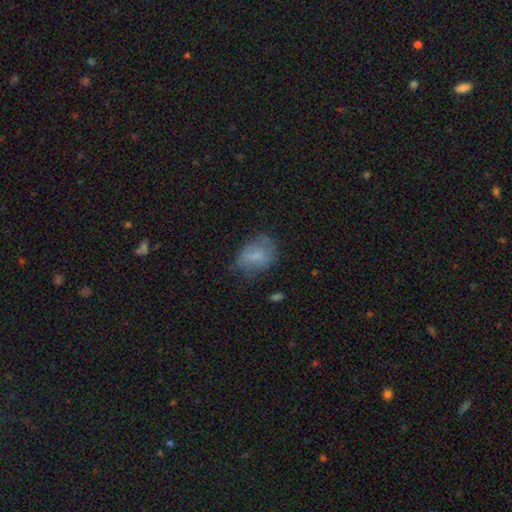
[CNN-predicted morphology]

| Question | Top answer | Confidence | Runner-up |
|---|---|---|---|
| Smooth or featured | smooth | 67% | featured or disk (24%) |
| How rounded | in between | 65% | round (34%) |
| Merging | none | 54% | minor disturbance (30%) |